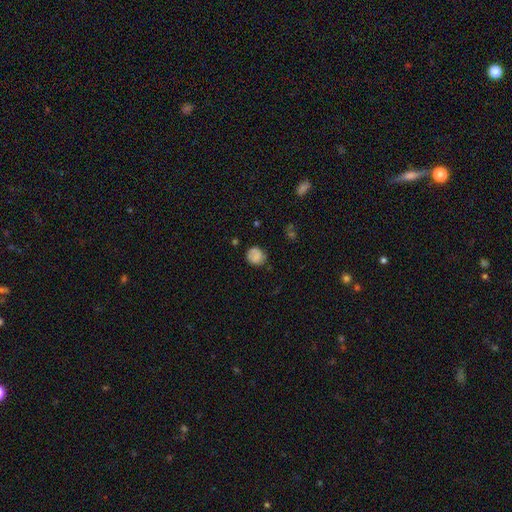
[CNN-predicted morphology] The model was most divided on "merging": none: 72%, minor disturbance: 20%, major disturbance: 6%, merger: 2%. More confident: how rounded — round (76%); smooth or featured — smooth (72%).